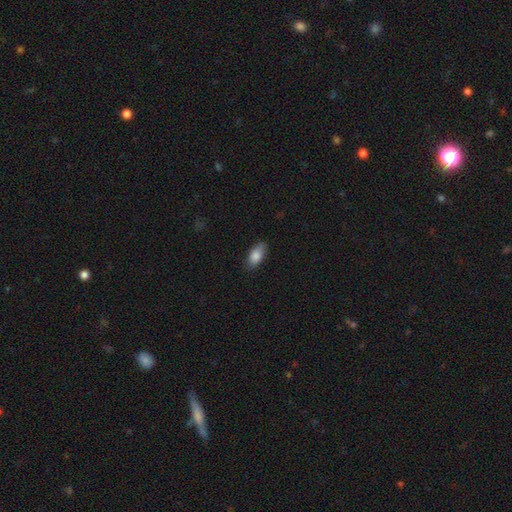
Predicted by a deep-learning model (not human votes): Overall: smooth (84%). How rounded: in between (89%). Merging: none (80%).